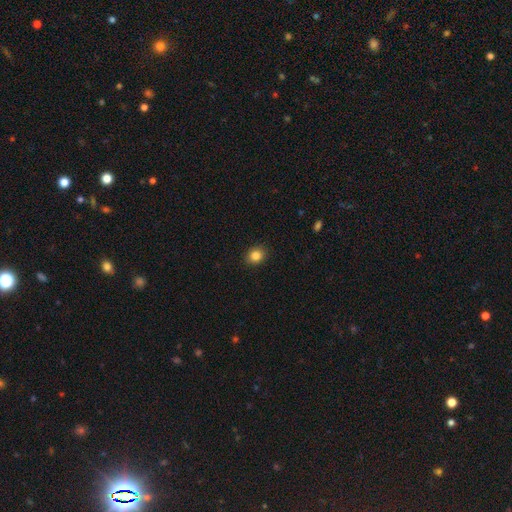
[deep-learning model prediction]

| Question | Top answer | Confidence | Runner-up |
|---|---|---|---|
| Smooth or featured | smooth | 85% | star or artifact (10%) |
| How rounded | round | 68% | in between (31%) |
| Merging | none | 91% | minor disturbance (7%) |